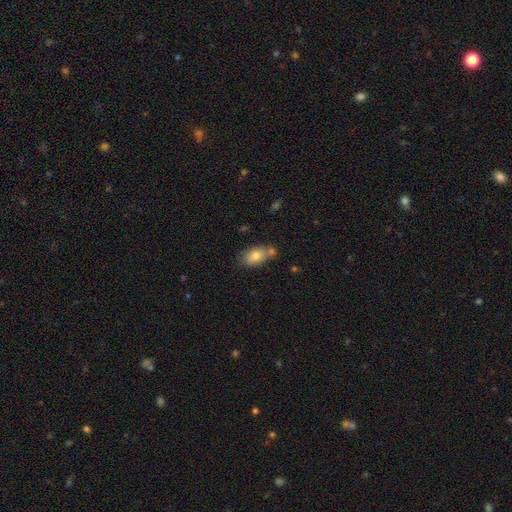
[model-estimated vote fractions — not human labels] This is likely a smooth galaxy (79%). How rounded: clearly in between (85%). Merging: possibly none (57%).